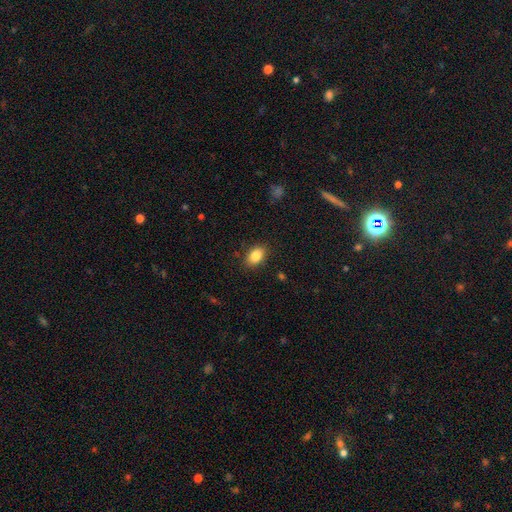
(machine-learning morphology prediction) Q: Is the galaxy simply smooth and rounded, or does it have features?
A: smooth — 85%.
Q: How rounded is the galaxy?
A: in between — 82%.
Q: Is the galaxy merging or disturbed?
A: none — 87%.